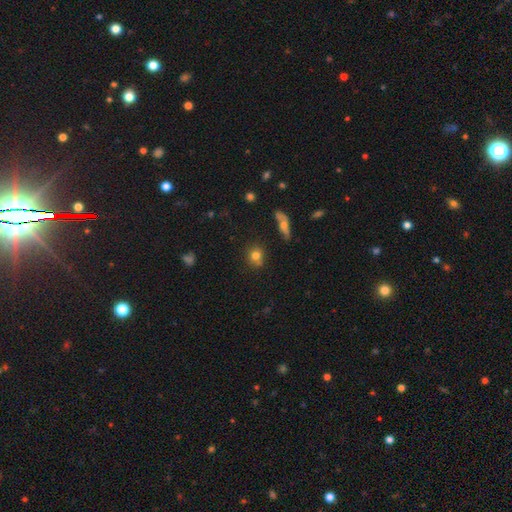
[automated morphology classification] type=smooth (77%); roundness=round (78%); merging=none (71%).